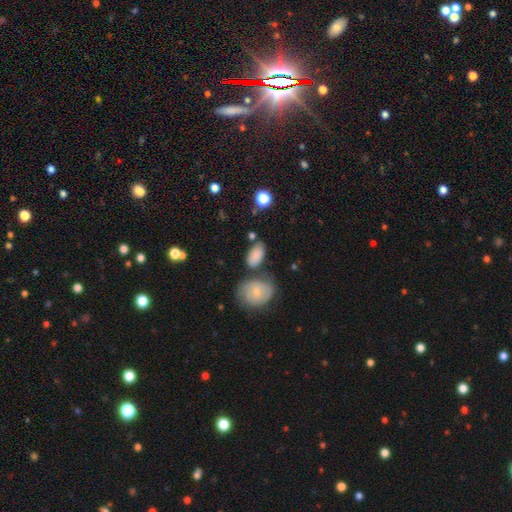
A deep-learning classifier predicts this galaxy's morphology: type=smooth (83%); roundness=in between (91%); merging=none (63%).